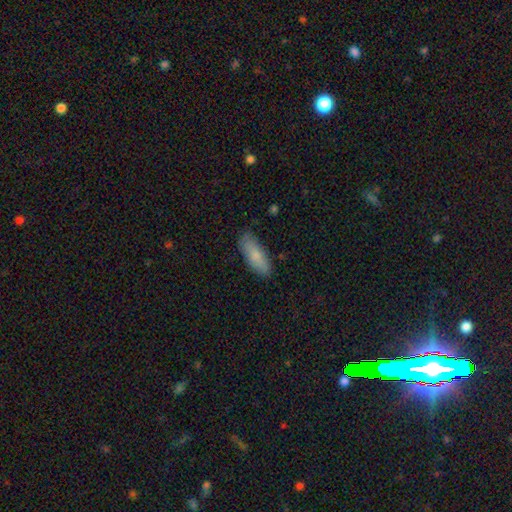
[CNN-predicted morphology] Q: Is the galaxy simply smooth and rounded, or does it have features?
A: smooth — 81%.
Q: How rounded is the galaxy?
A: in between — 66%.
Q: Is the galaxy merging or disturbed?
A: none — 82%.